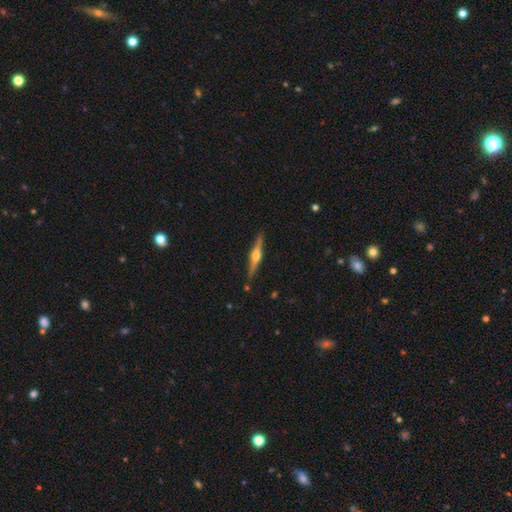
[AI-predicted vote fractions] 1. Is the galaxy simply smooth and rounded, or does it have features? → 75% featured or disk, 19% smooth, 5% star or artifact.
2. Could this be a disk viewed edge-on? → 98% yes, 2% no.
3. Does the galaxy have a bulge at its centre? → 94% rounded, 4% boxy, 2% none.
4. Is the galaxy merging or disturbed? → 88% none, 9% minor disturbance, 2% merger, 2% major disturbance.